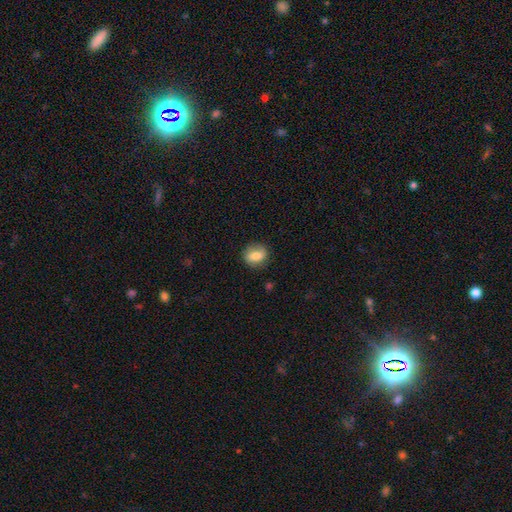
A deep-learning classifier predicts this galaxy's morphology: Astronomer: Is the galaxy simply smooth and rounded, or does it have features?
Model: smooth — 73%.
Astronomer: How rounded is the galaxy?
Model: round — 58% (runner-up: in between, 40%).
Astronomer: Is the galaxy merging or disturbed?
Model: none — 79%.